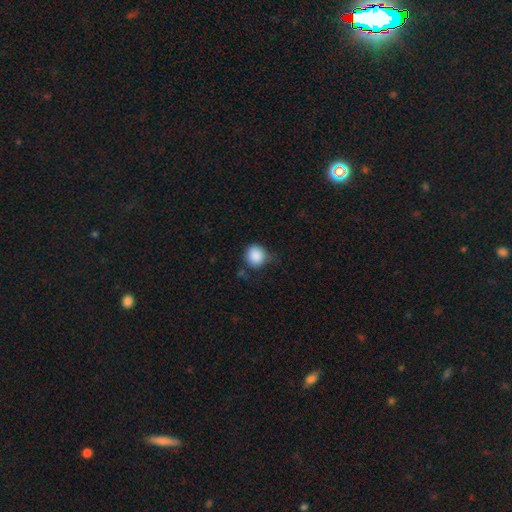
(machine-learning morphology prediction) A smooth galaxy with no disk features (87%) that is round (88%).

Vote fractions:
- Smooth or featured? smooth: 87% / star or artifact: 9% / featured or disk: 4%
- How rounded? round: 88% / in between: 11% / cigar-shaped: 1%
- Merging? none: 61% / minor disturbance: 29% / major disturbance: 7% / merger: 3%